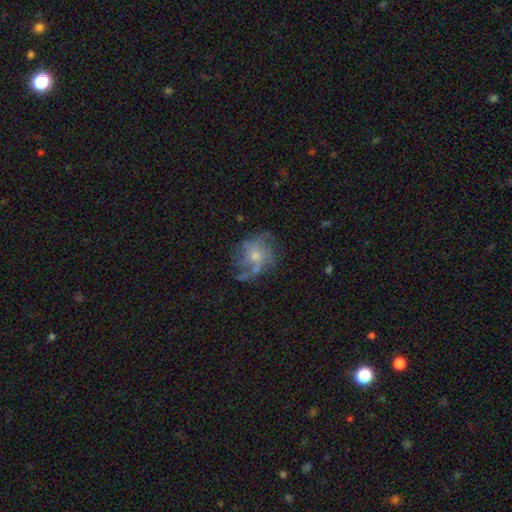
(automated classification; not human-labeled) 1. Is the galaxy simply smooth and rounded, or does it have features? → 66% featured or disk, 24% smooth, 10% star or artifact.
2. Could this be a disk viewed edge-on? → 97% no, 3% yes.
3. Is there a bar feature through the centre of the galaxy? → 80% no, 18% weak, 3% strong.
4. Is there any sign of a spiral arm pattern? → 74% yes, 26% no.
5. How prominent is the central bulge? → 51% small, 41% moderate, 4% none, 3% large, 1% dominant.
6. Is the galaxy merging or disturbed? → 57% none, 21% minor disturbance, 19% major disturbance, 3% merger.